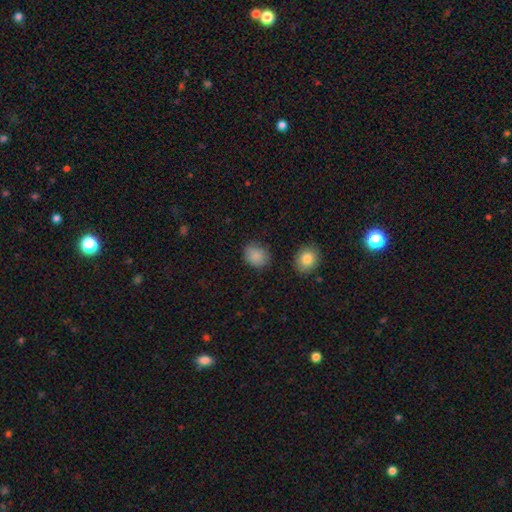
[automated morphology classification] Smooth or featured? smooth (87%)
How rounded? round (56%)
Merging? none (80%)